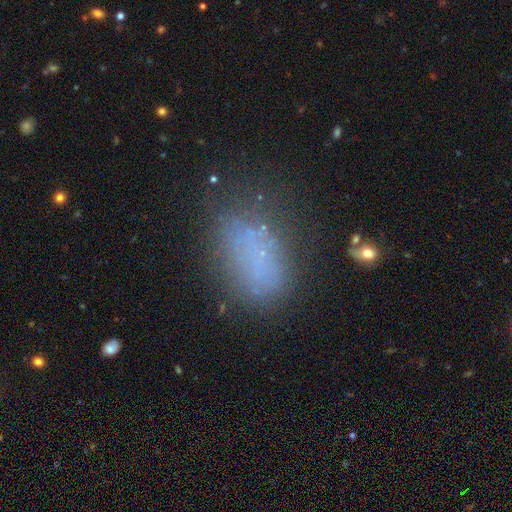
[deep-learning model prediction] A smooth galaxy with no disk features (58%) that is in between round and cigar-shaped (85%).

Vote fractions:
- Smooth or featured? smooth: 58% / featured or disk: 22% / star or artifact: 20%
- How rounded? in between: 85% / round: 11% / cigar-shaped: 4%
- Merging? none: 56% / minor disturbance: 21% / major disturbance: 17% / merger: 6%